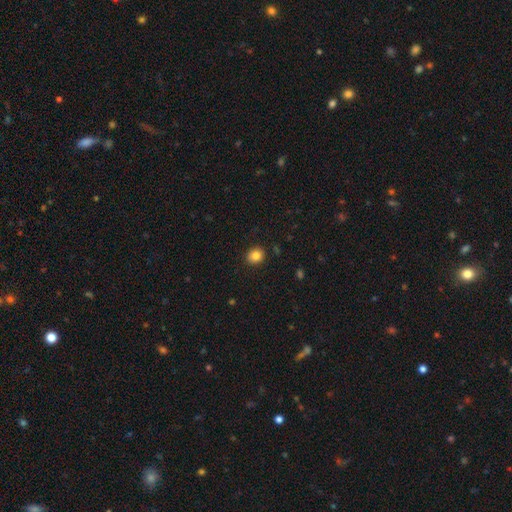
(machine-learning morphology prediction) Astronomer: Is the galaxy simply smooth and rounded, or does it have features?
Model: smooth — 84%.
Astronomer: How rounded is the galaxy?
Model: round — 75%.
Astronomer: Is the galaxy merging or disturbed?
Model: none — 90%.